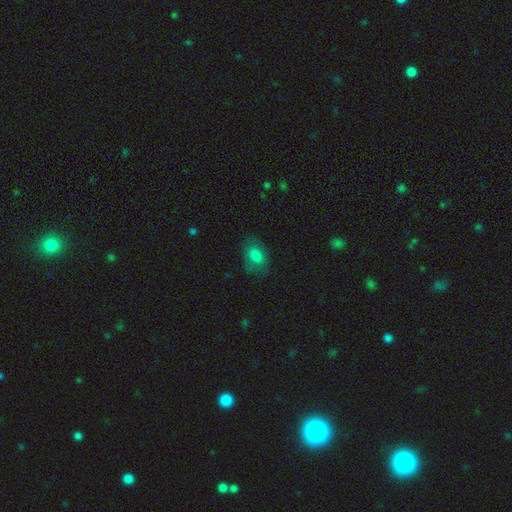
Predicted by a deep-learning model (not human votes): Smooth or featured? Predicted: smooth (p=0.76). How rounded? Predicted: in between (p=0.83). Merging? Predicted: none (p=0.74).